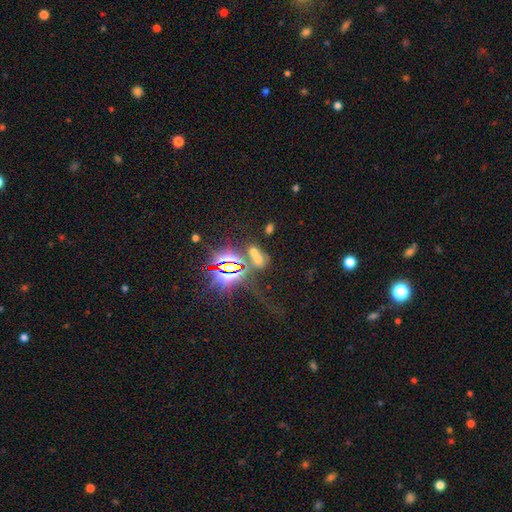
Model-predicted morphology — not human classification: A star or artifact, not a galaxy (49%).